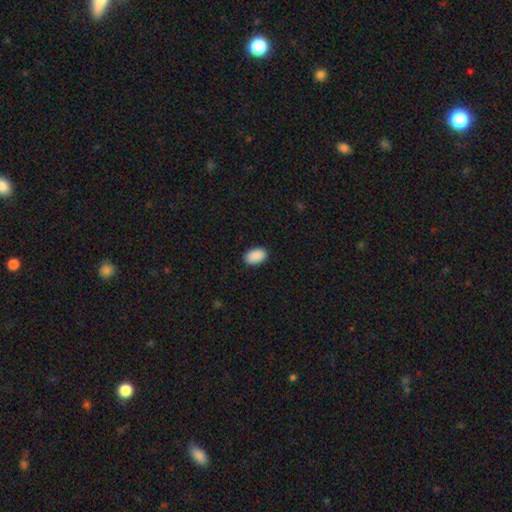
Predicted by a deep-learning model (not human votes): Smooth or featured?
  - smooth: 91% *
  - star or artifact: 7%
  - featured or disk: 2%
How rounded?
  - in between: 92% *
  - round: 7%
  - cigar-shaped: 1%
Merging?
  - none: 89% *
  - minor disturbance: 8%
  - major disturbance: 2%
  - merger: 1%